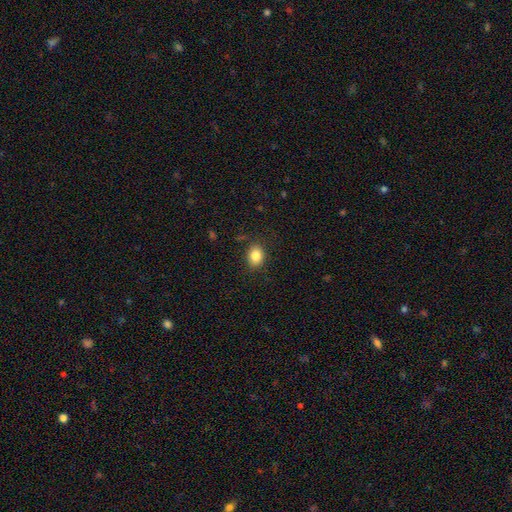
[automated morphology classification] A smooth galaxy with no disk features (85%) that is in between round and cigar-shaped (59%). Merging: none (85%).